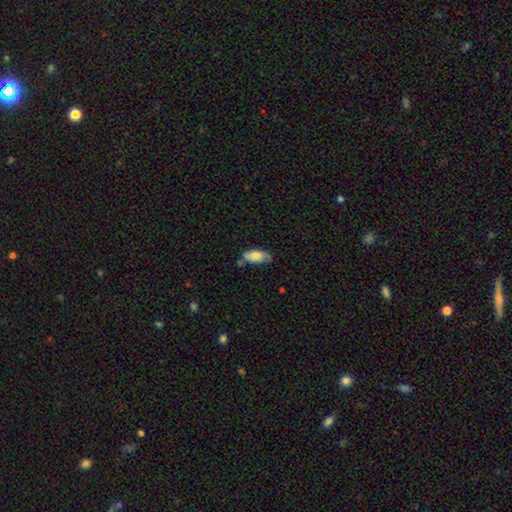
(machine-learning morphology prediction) type=smooth (67%); roundness=in between (89%); merging=none (61%).